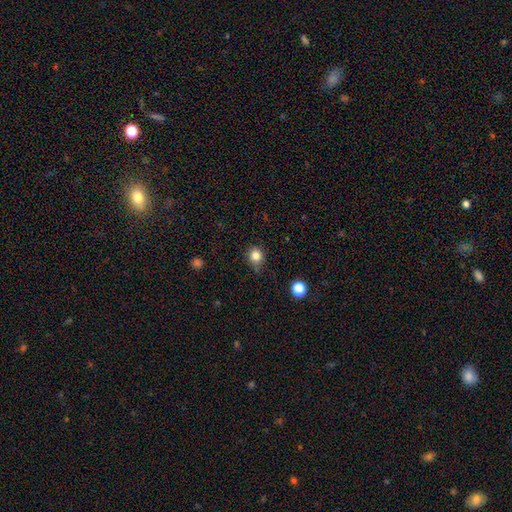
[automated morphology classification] smooth 83%, star or artifact 12%, featured or disk 5%. Down the decision tree: how rounded — round (82%); merging — none (78%).